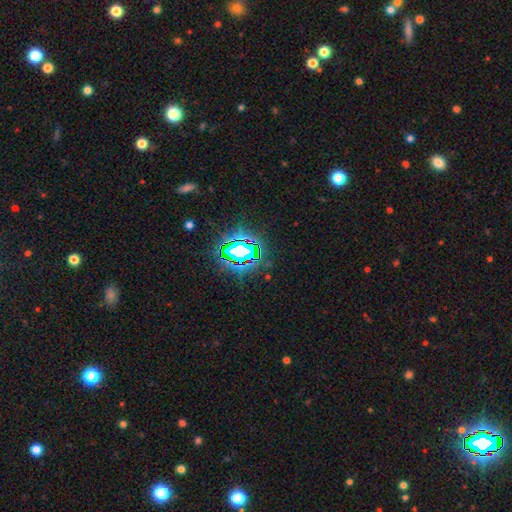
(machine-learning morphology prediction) smooth_or_featured: star or artifact (p=0.76) [alt: smooth p=0.16]